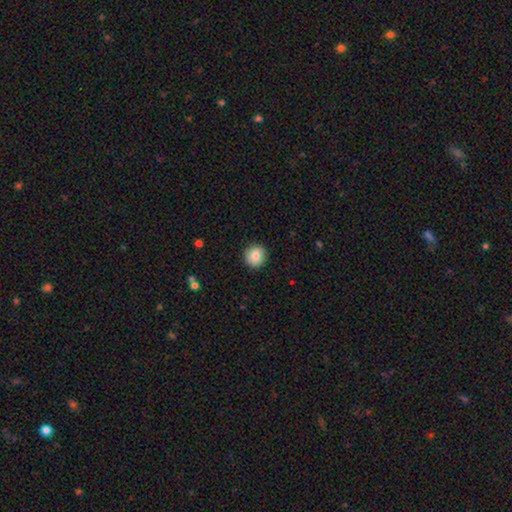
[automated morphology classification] smooth 84%, star or artifact 8%, featured or disk 8%. Down the decision tree: how rounded — round (92%); merging — none (91%).